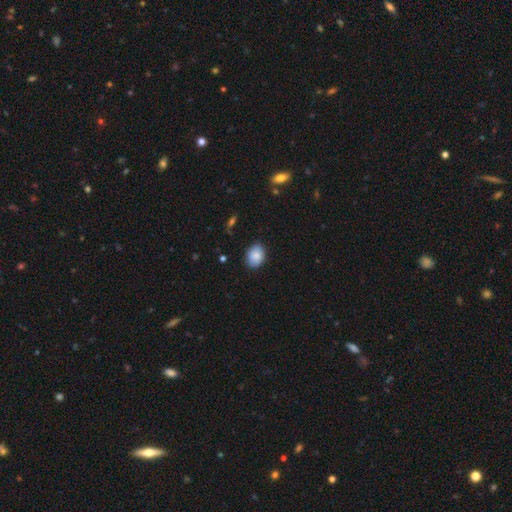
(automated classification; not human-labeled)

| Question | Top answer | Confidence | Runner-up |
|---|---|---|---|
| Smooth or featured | smooth | 85% | featured or disk (8%) |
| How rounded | in between | 73% | round (26%) |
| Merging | none | 83% | minor disturbance (14%) |